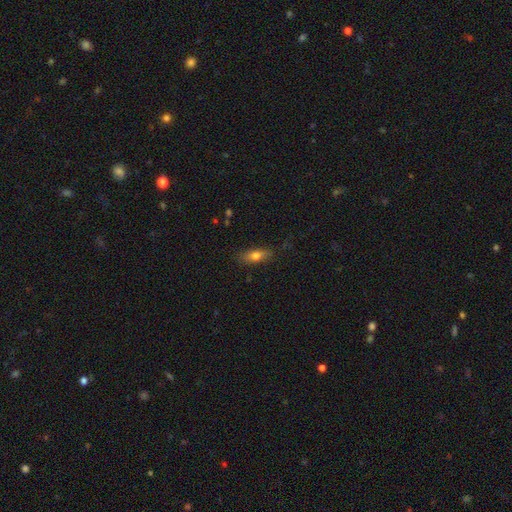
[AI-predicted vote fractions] Overall: smooth (69%). How rounded: in between (63%; cigar-shaped 32%). Merging: none (81%).